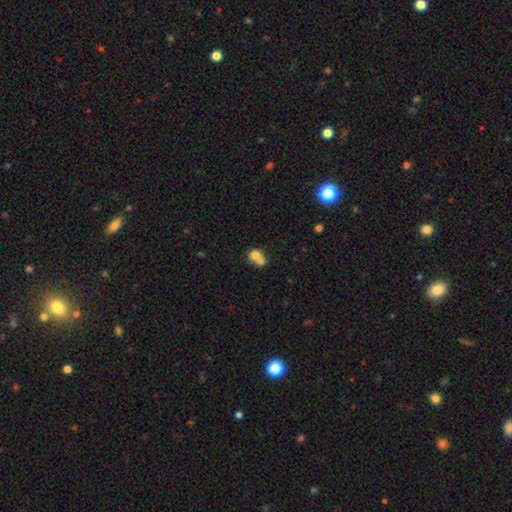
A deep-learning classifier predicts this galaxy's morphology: smooth-or-featured: smooth: 74% | featured or disk: 16% | star or artifact: 10%
  how-rounded: round: 73% | in between: 26% | cigar-shaped: 1%
  merging: merger: 64% | none: 27% | minor disturbance: 6% | major disturbance: 3%